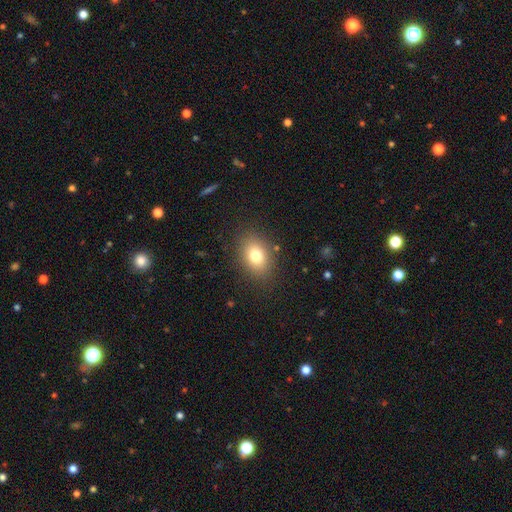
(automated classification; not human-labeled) A smooth galaxy with no disk features (78%) that is in between round and cigar-shaped (66%).

Vote fractions:
- Smooth or featured? smooth: 78% / star or artifact: 11% / featured or disk: 11%
- How rounded? in between: 66% / round: 33% / cigar-shaped: 1%
- Merging? none: 86% / minor disturbance: 9% / major disturbance: 4% / merger: 1%